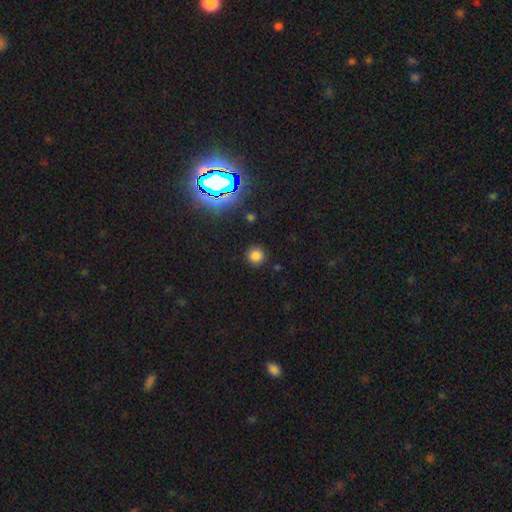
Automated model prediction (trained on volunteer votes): smooth_or_featured: smooth (p=0.76) [alt: star or artifact p=0.19]
how_rounded: round (p=0.93) [alt: in between p=0.06]
merging: none (p=0.89) [alt: minor disturbance p=0.07]